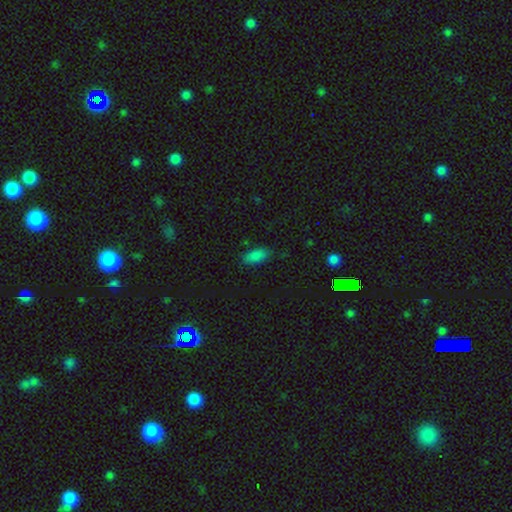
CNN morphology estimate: smooth-or-featured: smooth: 85% | star or artifact: 11% | featured or disk: 5%
  how-rounded: in between: 89% | cigar-shaped: 8% | round: 3%
  merging: none: 78% | minor disturbance: 17% | major disturbance: 3% | merger: 2%